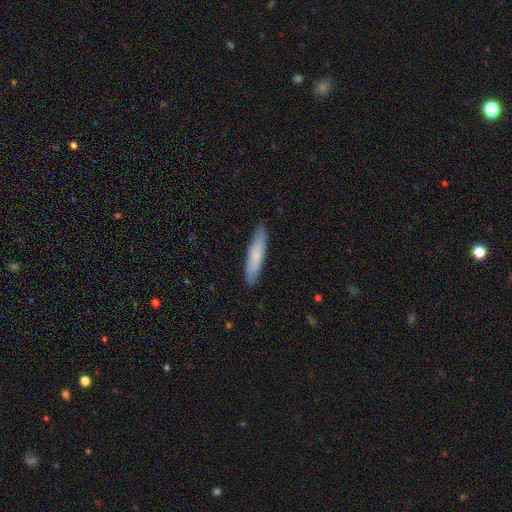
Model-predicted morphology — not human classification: Smooth or featured? Predicted: smooth (p=0.74). How rounded? Predicted: cigar-shaped (p=0.81). Merging? Predicted: none (p=0.85).